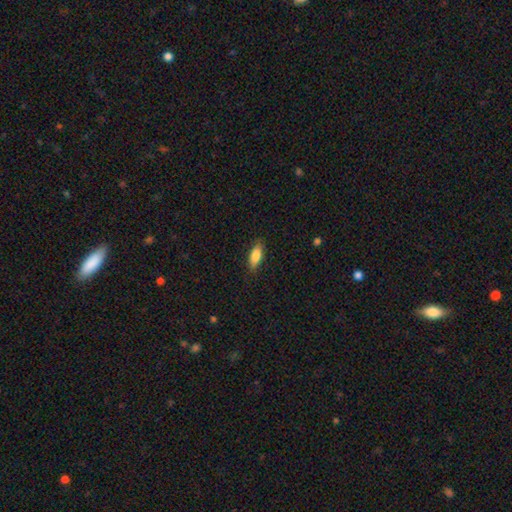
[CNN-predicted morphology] Q: Smooth or featured?
A: smooth (85%); runner-up: featured or disk (9%)
Q: How rounded?
A: in between (75%); runner-up: cigar-shaped (22%)
Q: Merging?
A: none (85%); runner-up: minor disturbance (11%)